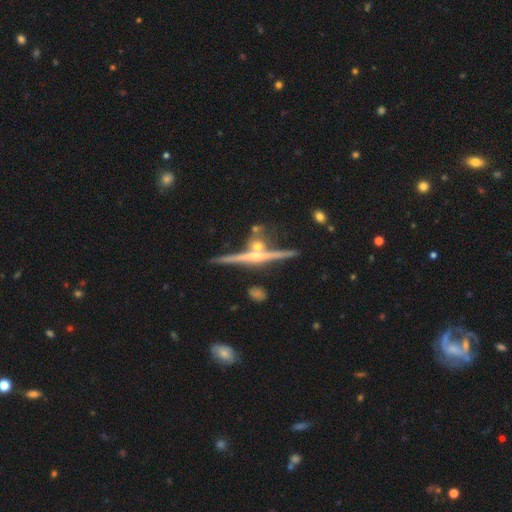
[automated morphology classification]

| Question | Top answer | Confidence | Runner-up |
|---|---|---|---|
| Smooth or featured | featured or disk | 81% | smooth (11%) |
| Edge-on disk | yes | 97% | no (3%) |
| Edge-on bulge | rounded | 70% | none (23%) |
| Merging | none | 75% | merger (13%) |